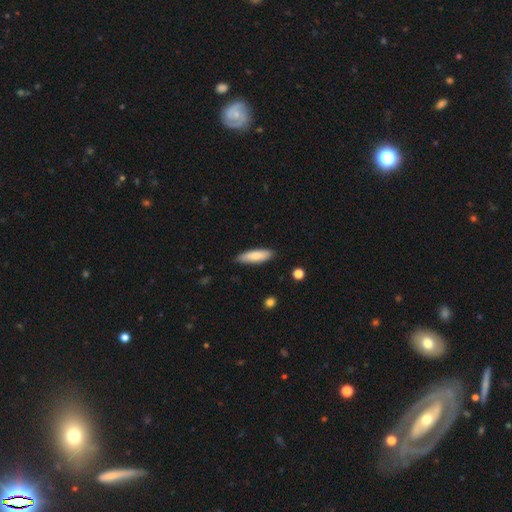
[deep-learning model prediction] Smooth or featured? Predicted: smooth (p=0.83). How rounded? Predicted: cigar-shaped (p=0.56). Merging? Predicted: none (p=0.87).